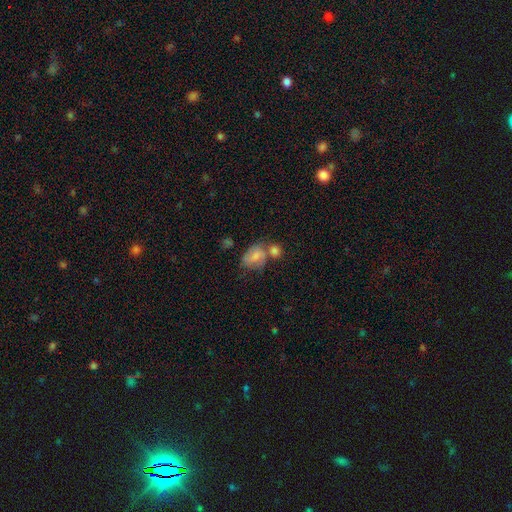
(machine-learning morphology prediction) Smooth or featured: smooth — 69% (featured or disk — 22%)
How rounded: in between — 68% (round — 31%)
Merging: merger — 41% (none — 33%)